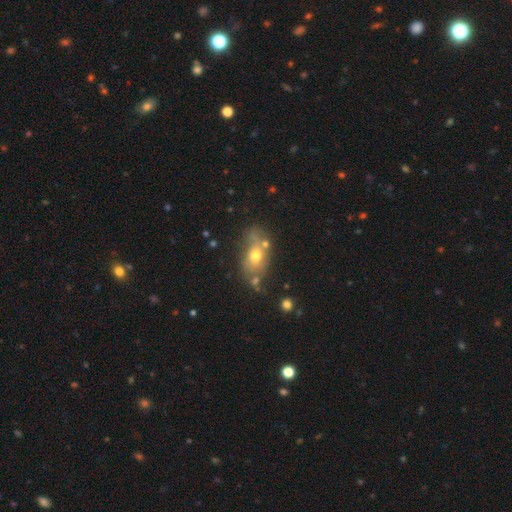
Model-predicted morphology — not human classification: Smooth or featured? smooth (60%)
How rounded? in between (76%)
Merging? none (49%)